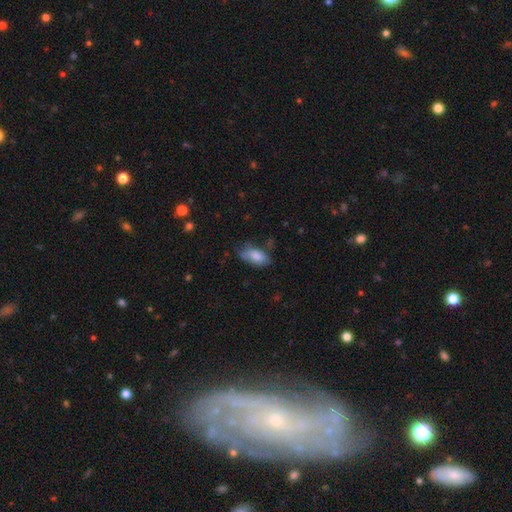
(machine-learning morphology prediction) The model was most divided on "merging": none: 59%, minor disturbance: 30%, major disturbance: 9%, merger: 3%. More confident: how rounded — in between (89%); smooth or featured — smooth (81%).